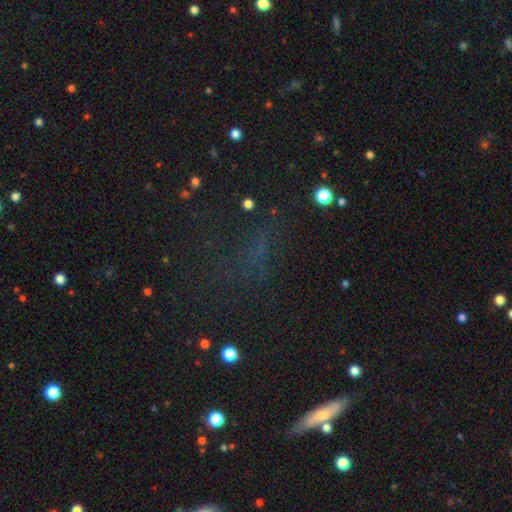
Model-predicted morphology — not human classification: Smooth or featured? star or artifact (43%)